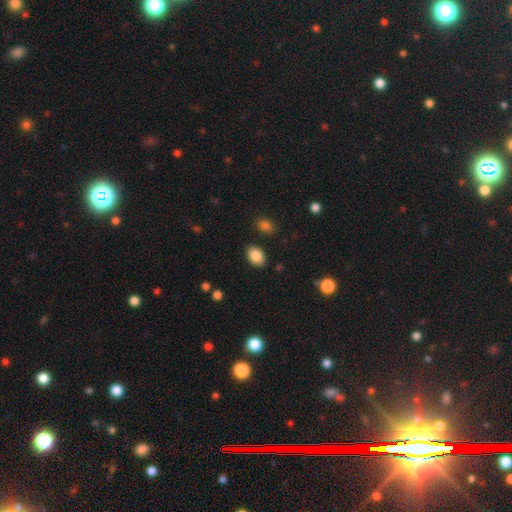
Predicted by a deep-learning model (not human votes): Morphology: type=smooth (87%); roundness=in between (86%); merging=none (86%).